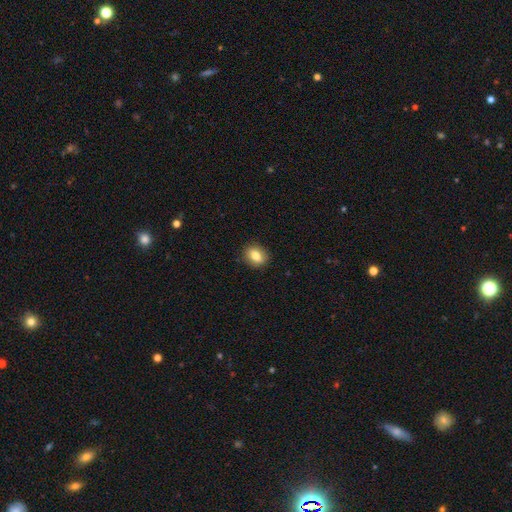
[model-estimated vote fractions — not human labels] A smooth galaxy with no disk features (81%) that is round (50%). Merging: none (89%).